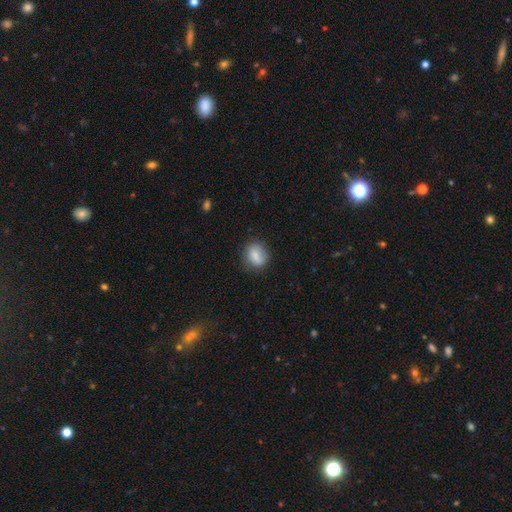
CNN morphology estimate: Smooth or featured: smooth — 83% (featured or disk — 10%)
How rounded: round — 61% (in between — 37%)
Merging: none — 76% (minor disturbance — 18%)